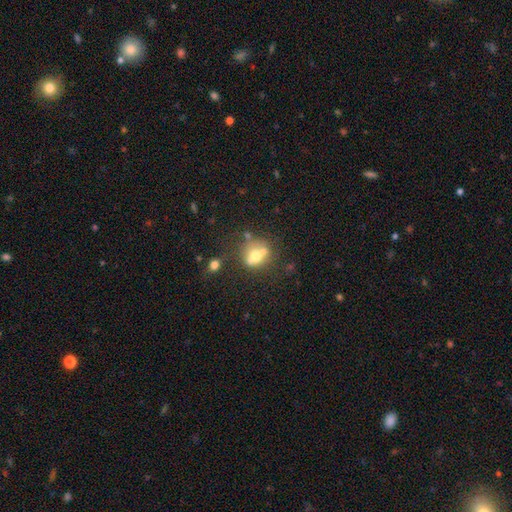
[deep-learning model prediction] This appears to be a smooth galaxy with no disk features (60%) that is round (76%). Merging: none (43%).